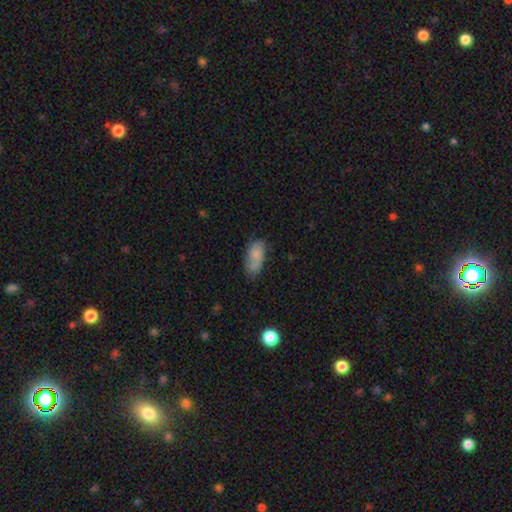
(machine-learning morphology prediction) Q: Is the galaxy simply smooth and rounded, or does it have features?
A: smooth — 71%.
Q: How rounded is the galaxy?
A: in between — 88%.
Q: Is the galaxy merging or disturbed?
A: none — 59%.